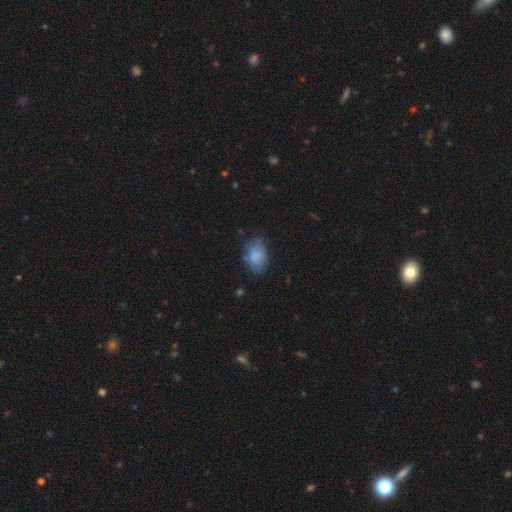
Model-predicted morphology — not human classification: This is likely a smooth galaxy (75%). How rounded: clearly in between (84%). Merging: possibly none (59%).